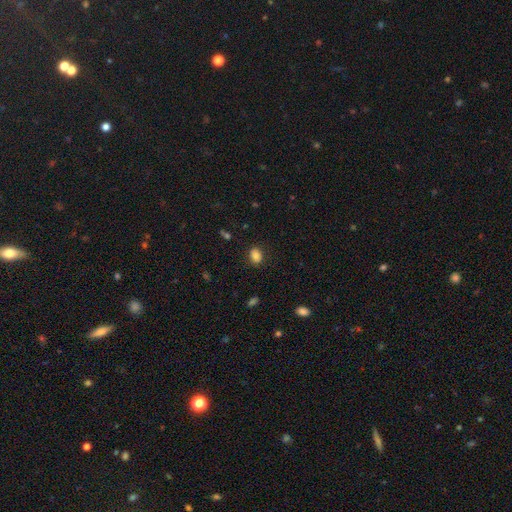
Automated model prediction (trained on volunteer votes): Smooth or featured?
  - smooth: 84% *
  - star or artifact: 10%
  - featured or disk: 6%
How rounded?
  - in between: 62% *
  - round: 37%
  - cigar-shaped: 1%
Merging?
  - none: 84% *
  - minor disturbance: 11%
  - major disturbance: 3%
  - merger: 1%